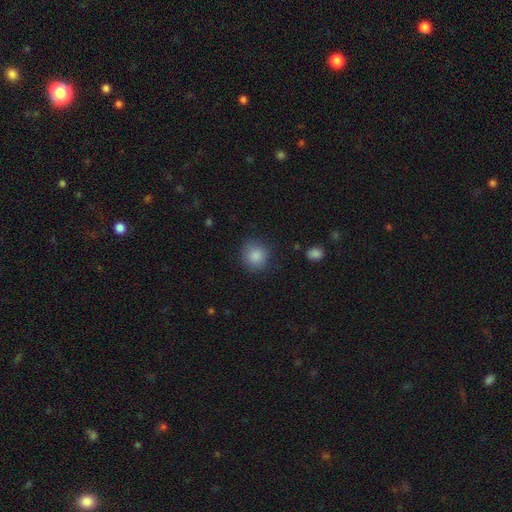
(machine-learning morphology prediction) Smooth or featured? smooth (86%)
How rounded? round (89%)
Merging? none (83%)